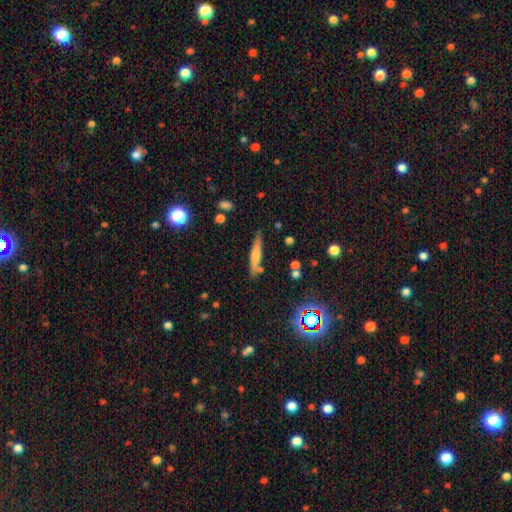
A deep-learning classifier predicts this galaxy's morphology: Smooth or featured? Predicted: smooth (p=0.55). How rounded? Predicted: cigar-shaped (p=0.89). Merging? Predicted: none (p=0.78).